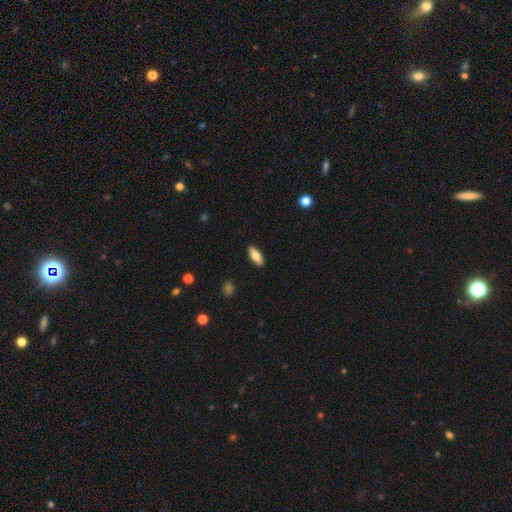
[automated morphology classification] Smooth or featured?
  - smooth: 74% *
  - featured or disk: 20%
  - star or artifact: 6%
How rounded?
  - in between: 77% *
  - cigar-shaped: 21%
  - round: 2%
Merging?
  - none: 90% *
  - minor disturbance: 7%
  - major disturbance: 2%
  - merger: 1%